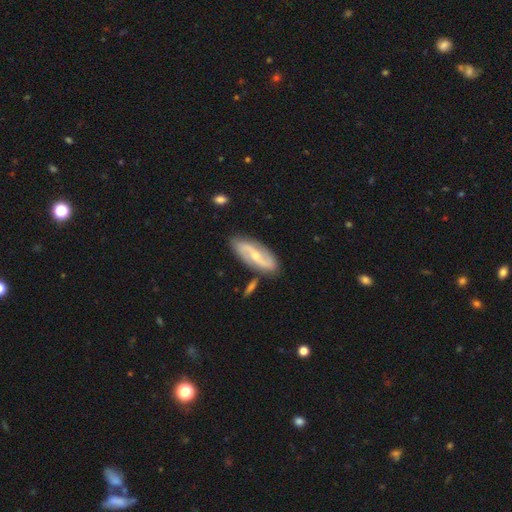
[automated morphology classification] This is clearly a featured or disk galaxy (82%). It is clearly not viewed edge-on (91%). Bar: marginally no (39%). Spiral arm pattern: clearly yes (94%). Spiral arm count: clearly 2 (92%). Spiral winding: possibly loose (54%). Central bulge: likely small (62%). Merging: clearly none (82%).